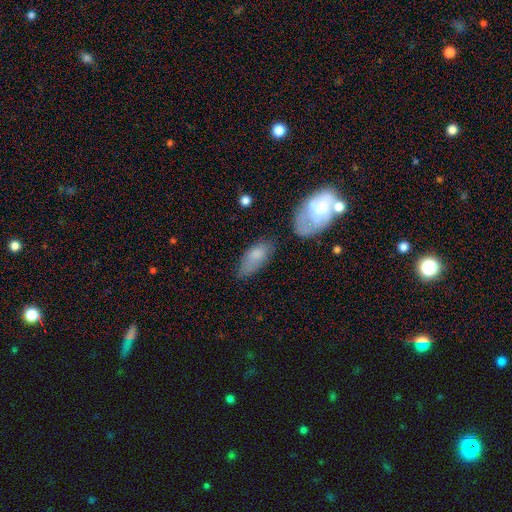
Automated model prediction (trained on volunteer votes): Overall: smooth (77%). How rounded: in between (86%). Merging: none (54%; minor disturbance 29%).